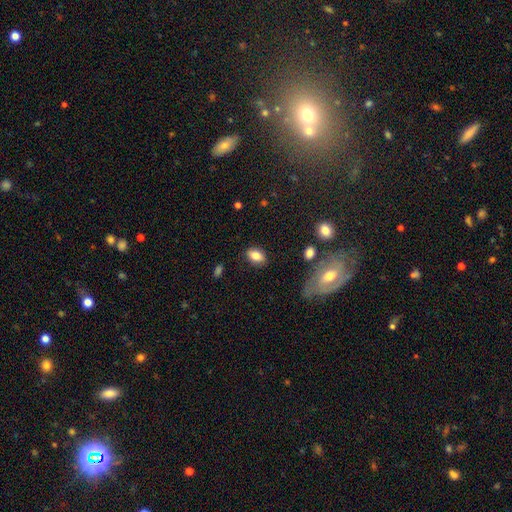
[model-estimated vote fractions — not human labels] This appears to be a smooth galaxy with no disk features (82%) that is in between round and cigar-shaped (87%). Merging: none (82%).